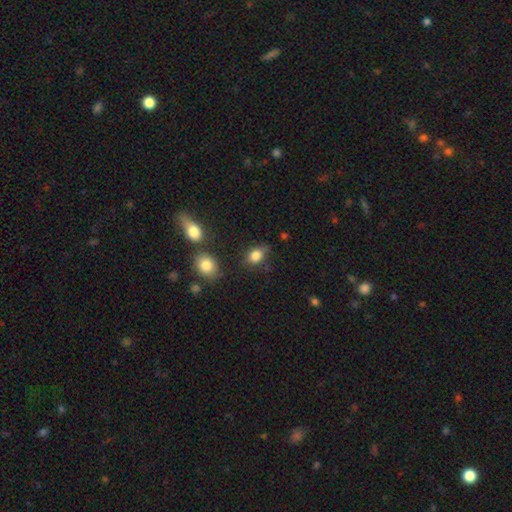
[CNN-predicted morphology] smooth 83%, star or artifact 10%, featured or disk 7%. Down the decision tree: how rounded — in between (66%); merging — none (63%).